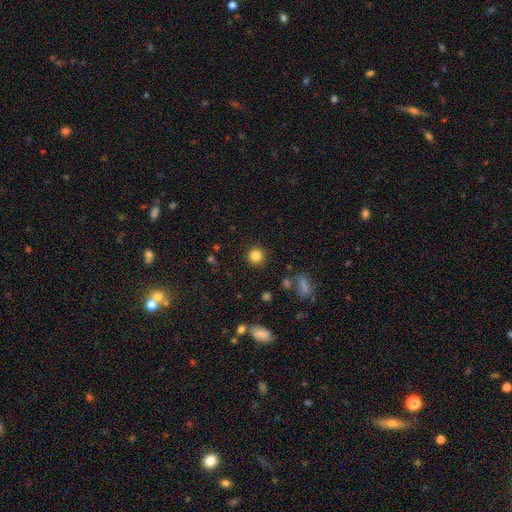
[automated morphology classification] smooth-or-featured: smooth: 84% | star or artifact: 12% | featured or disk: 5%
  how-rounded: round: 93% | in between: 6% | cigar-shaped: 1%
  merging: none: 89% | minor disturbance: 6% | major disturbance: 3% | merger: 2%